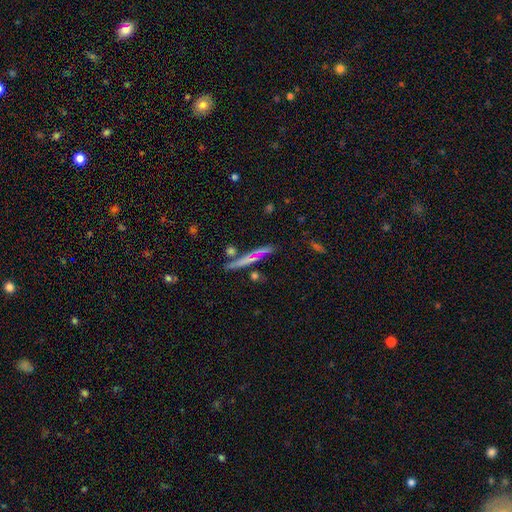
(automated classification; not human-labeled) A featured or disk galaxy (50%) viewed edge-on (92%). Merging: none (77%).